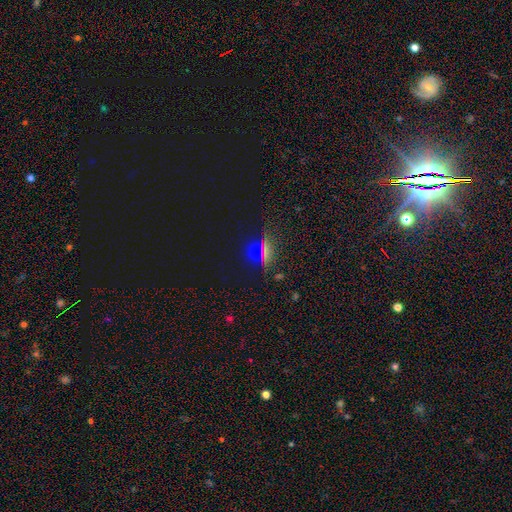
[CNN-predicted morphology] A smooth galaxy with no disk features (48%). Merging: none (80%).